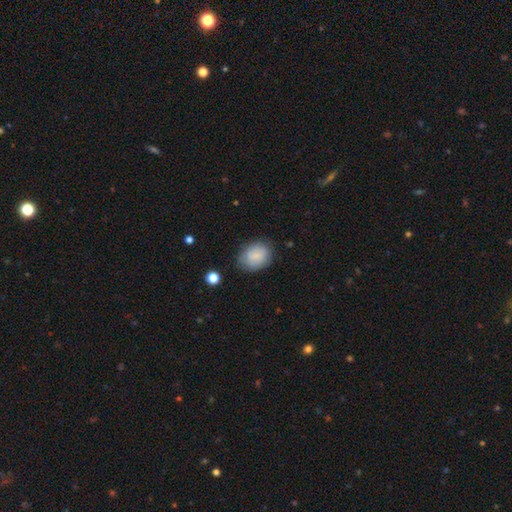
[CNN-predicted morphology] Smooth or featured: smooth — 80% (featured or disk — 12%)
How rounded: in between — 61% (round — 38%)
Merging: none — 76% (minor disturbance — 17%)